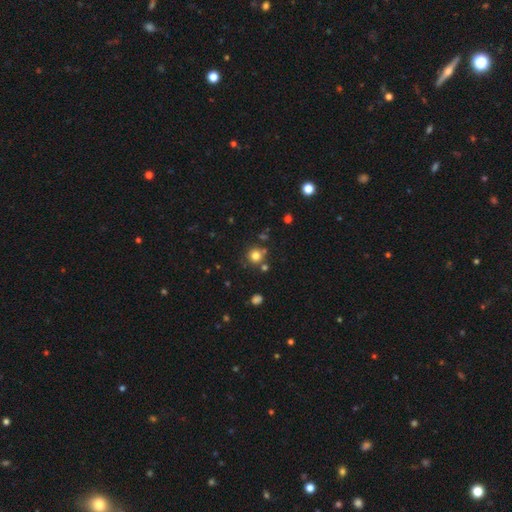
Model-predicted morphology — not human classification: smooth-or-featured: smooth: 78% | star or artifact: 14% | featured or disk: 8%
  how-rounded: round: 92% | in between: 7% | cigar-shaped: 1%
  merging: none: 76% | merger: 12% | minor disturbance: 9% | major disturbance: 3%